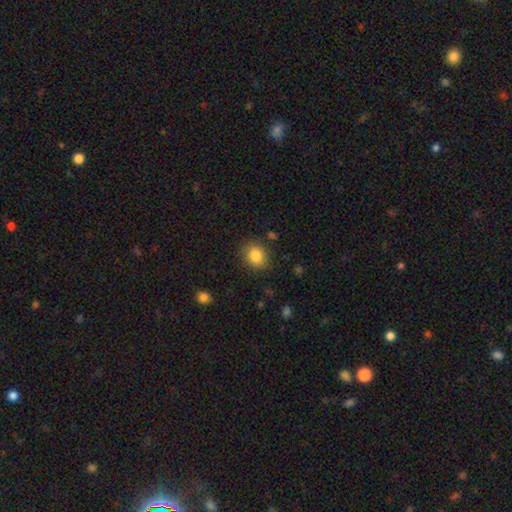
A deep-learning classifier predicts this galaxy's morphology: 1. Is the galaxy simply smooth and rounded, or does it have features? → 85% smooth, 9% star or artifact, 6% featured or disk.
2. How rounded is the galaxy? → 61% round, 39% in between, 1% cigar-shaped.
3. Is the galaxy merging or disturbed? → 85% none, 11% minor disturbance, 3% major disturbance, 2% merger.